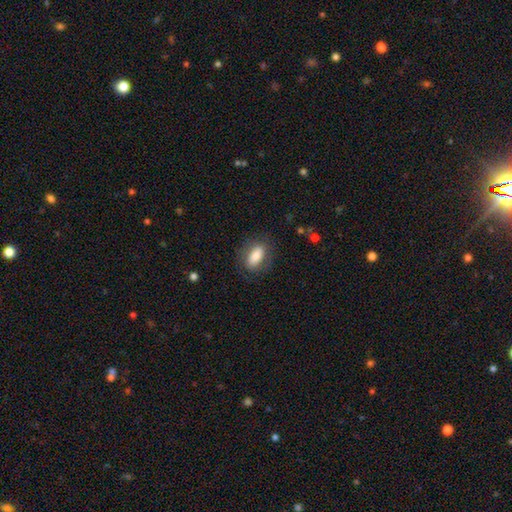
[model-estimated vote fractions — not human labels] A smooth galaxy with no disk features (80%) that is in between round and cigar-shaped (86%). Merging: none (79%).